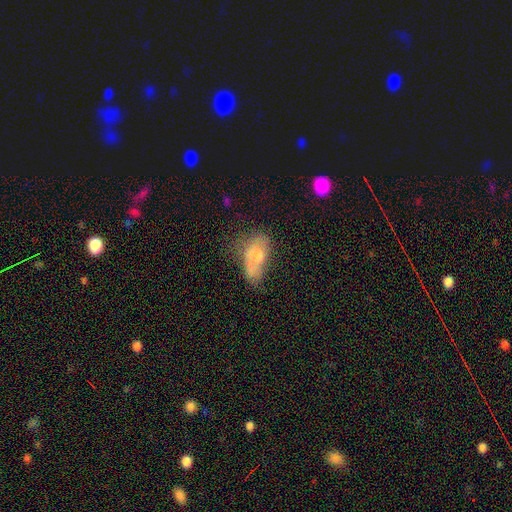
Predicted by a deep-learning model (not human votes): Morphology: type=smooth (54%); roundness=in between (88%); merging=major disturbance (26%, tied with none).